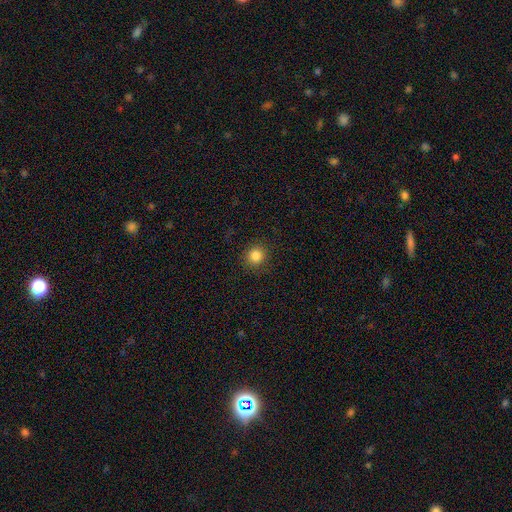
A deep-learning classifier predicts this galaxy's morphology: Q: Smooth or featured?
A: smooth (83%); runner-up: star or artifact (12%)
Q: How rounded?
A: round (91%); runner-up: in between (8%)
Q: Merging?
A: none (91%); runner-up: minor disturbance (6%)